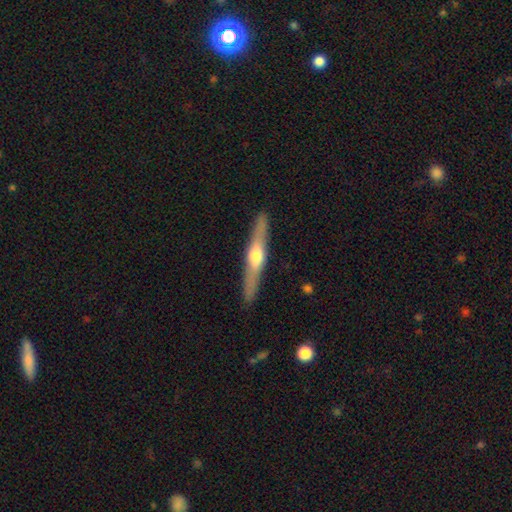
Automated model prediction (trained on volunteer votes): smooth_or_featured: featured or disk (p=0.65) [alt: smooth p=0.30]
disk_edge_on: yes (p=0.95) [alt: no p=0.05]
edge_on_bulge: rounded (p=0.90) [alt: none p=0.05]
merging: none (p=0.90) [alt: minor disturbance p=0.07]